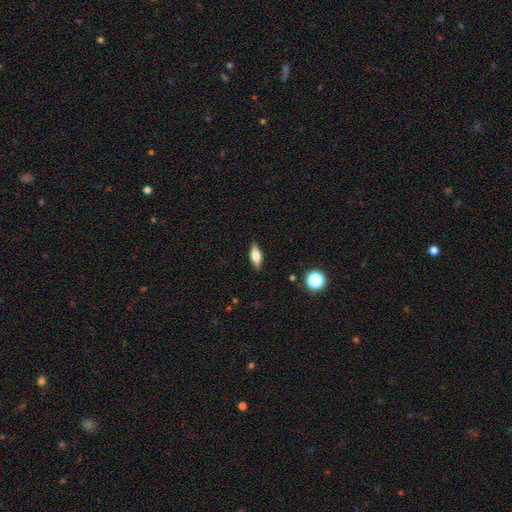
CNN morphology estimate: A smooth galaxy with no disk features (58%) that is in between round and cigar-shaped (65%). Merging: none (87%).